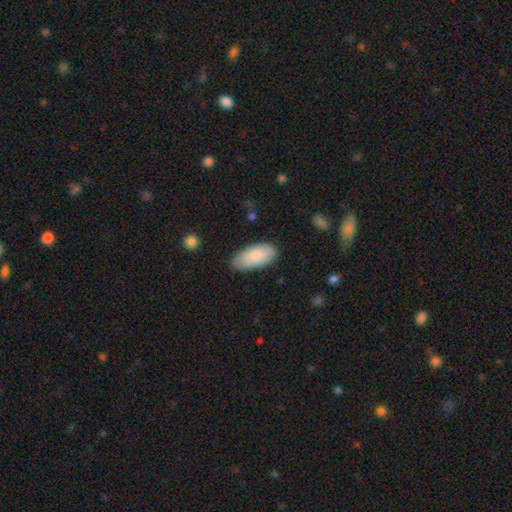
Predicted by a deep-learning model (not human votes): Smooth or featured? Predicted: smooth (p=0.84). How rounded? Predicted: in between (p=0.92). Merging? Predicted: none (p=0.80).